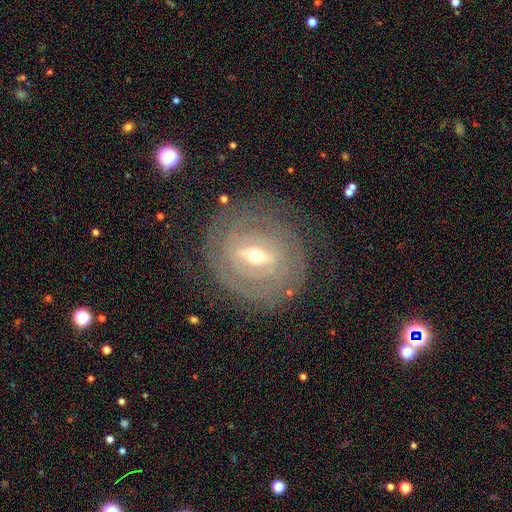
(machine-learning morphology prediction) type=featured or disk (82%); edge-on=no (90%); bar=strong (55%); spiral arms=yes (72%); winding=tight (74%); arm count=can't tell (49%); bulge=small (48%); merging=none (77%).